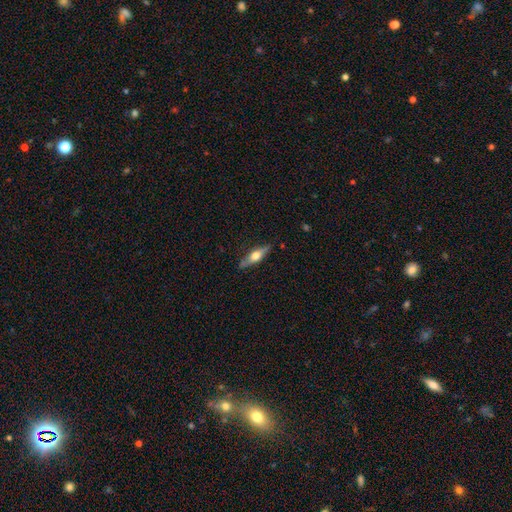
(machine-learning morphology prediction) This appears to be a featured or disk galaxy (59%) viewed edge-on (94%) with a rounded central bulge (93%). Merging: none (84%).